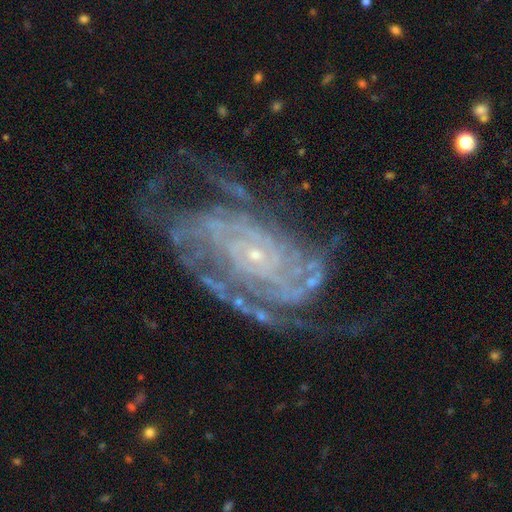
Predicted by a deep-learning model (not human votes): featured or disk 89%, star or artifact 7%, smooth 4%. Down the decision tree: edge-on disk — no (96%); bar — no (72%); spiral arms — yes (96%); spiral arm count — can't tell (25%); spiral winding — tight (63%); bulge size — small (87%); merging — none (59%).